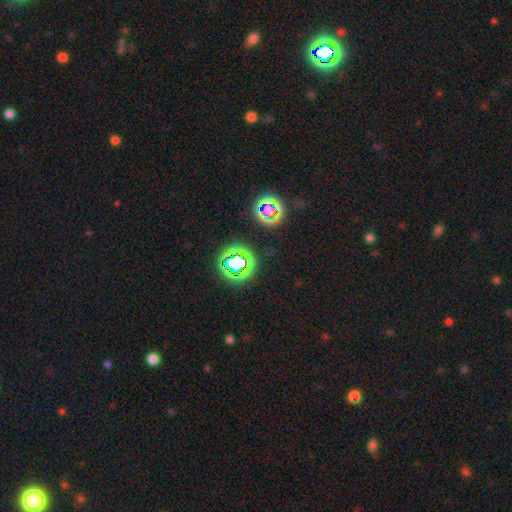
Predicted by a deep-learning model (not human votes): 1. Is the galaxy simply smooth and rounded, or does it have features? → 74% star or artifact, 19% smooth, 7% featured or disk.